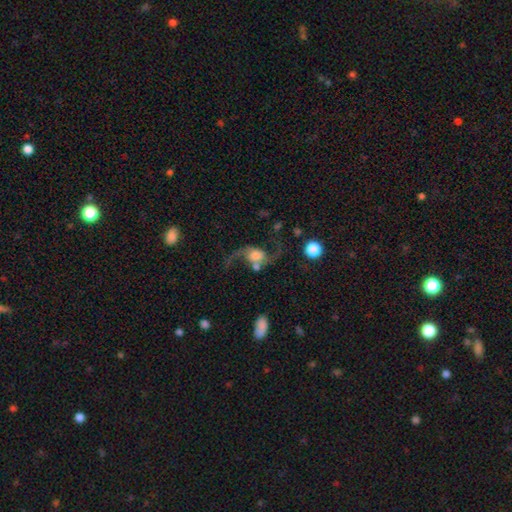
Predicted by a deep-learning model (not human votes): The model was most divided on "bulge size": moderate: 41%, large: 29%, small: 18%, none: 6%, dominant: 6%. More confident: edge-on disk — no (97%); spiral arms — yes (96%); spiral arm count — 2 (93%); spiral winding — loose (87%); smooth or featured — featured or disk (83%); bar — no (60%); merging — none (57%).